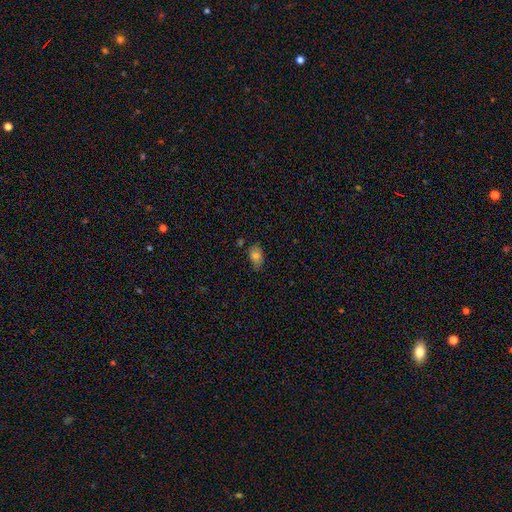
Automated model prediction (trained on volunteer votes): A smooth galaxy with no disk features (79%) that is in between round and cigar-shaped (87%). Merging: none (67%).